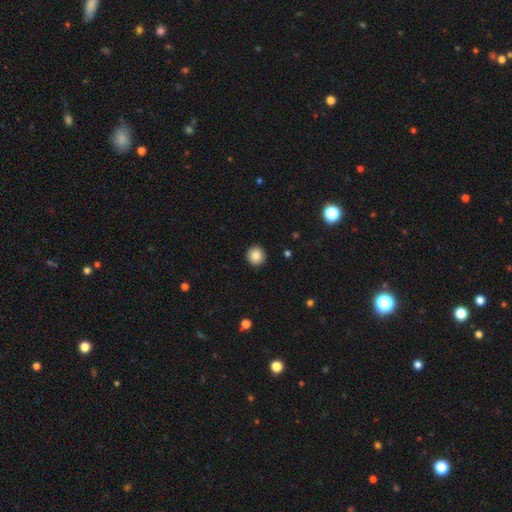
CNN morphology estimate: Overall: smooth (85%). How rounded: round (92%). Merging: none (93%).